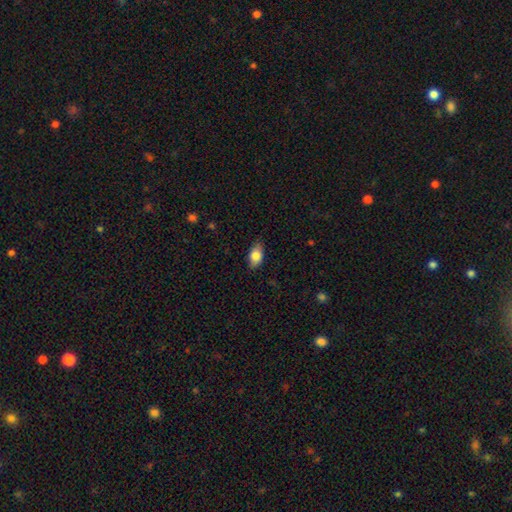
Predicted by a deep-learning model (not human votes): Q: Smooth or featured?
A: smooth (83%); runner-up: featured or disk (10%)
Q: How rounded?
A: in between (90%); runner-up: round (7%)
Q: Merging?
A: none (82%); runner-up: minor disturbance (14%)